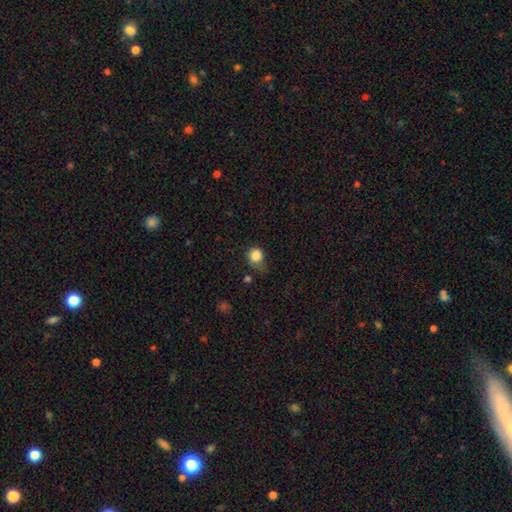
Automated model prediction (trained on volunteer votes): Smooth or featured?
  - smooth: 85% *
  - star or artifact: 10%
  - featured or disk: 5%
How rounded?
  - round: 78% *
  - in between: 21%
  - cigar-shaped: 1%
Merging?
  - none: 49% *
  - minor disturbance: 35%
  - major disturbance: 13%
  - merger: 3%